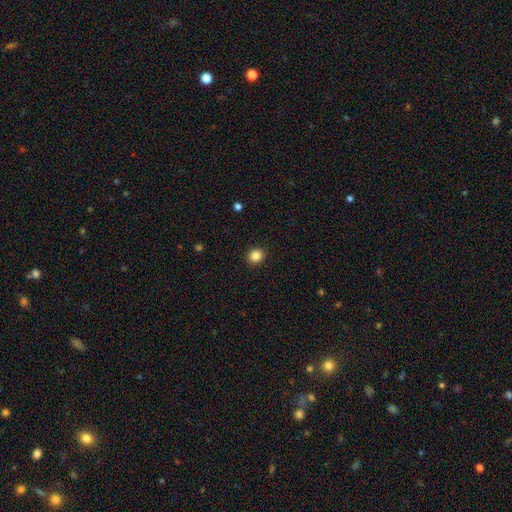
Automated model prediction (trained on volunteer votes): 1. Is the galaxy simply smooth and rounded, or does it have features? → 85% smooth, 11% star or artifact, 4% featured or disk.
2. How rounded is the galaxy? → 80% round, 19% in between, 1% cigar-shaped.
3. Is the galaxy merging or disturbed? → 92% none, 5% minor disturbance, 2% major disturbance, 1% merger.